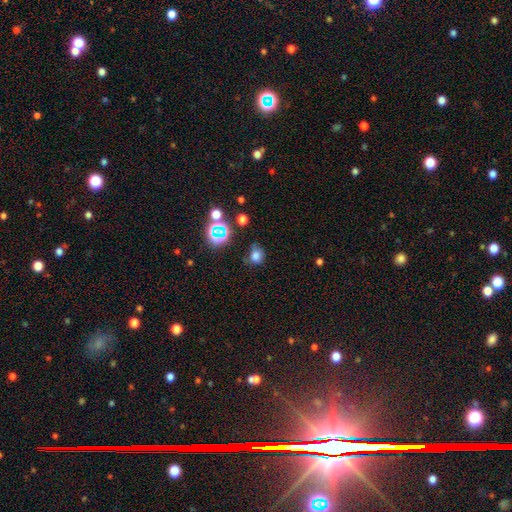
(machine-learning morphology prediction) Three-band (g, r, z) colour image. It shows a smooth galaxy with no disk features (70%) that is round (61%). Merging: none (53%).